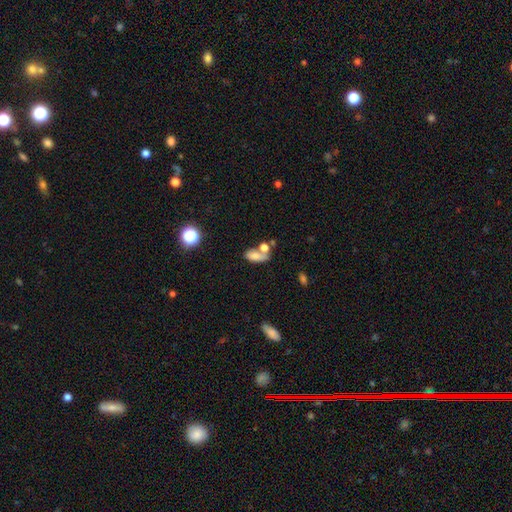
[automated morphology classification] Overall: smooth (74%). How rounded: in between (82%). Merging: merger (43%; none 33%).